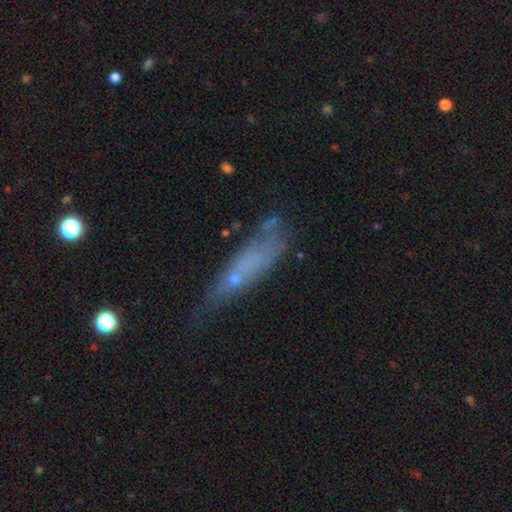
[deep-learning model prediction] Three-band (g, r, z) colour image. It shows a smooth galaxy with no disk features (50%) that is cigar-shaped (68%). Merging: none (47%).